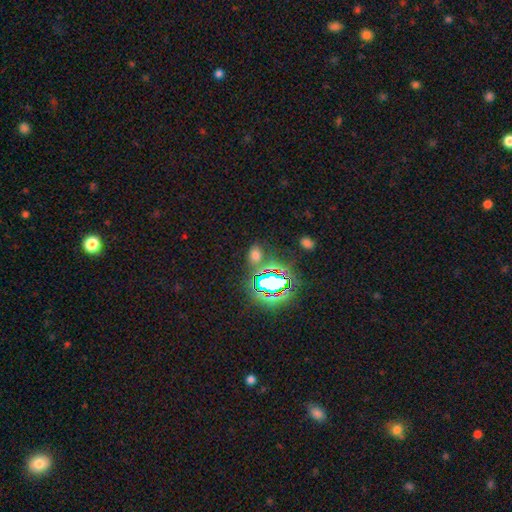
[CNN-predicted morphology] This appears to be a smooth galaxy with no disk features (53%) that is in between round and cigar-shaped (71%). Merging: none (74%).